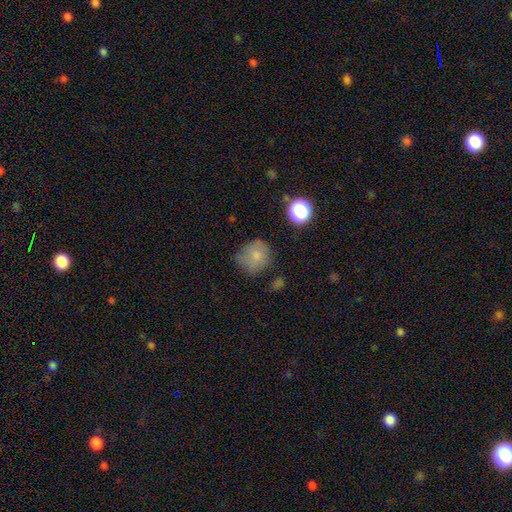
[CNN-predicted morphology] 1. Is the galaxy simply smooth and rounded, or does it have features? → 76% smooth, 12% featured or disk, 11% star or artifact.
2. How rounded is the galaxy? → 84% round, 15% in between, 1% cigar-shaped.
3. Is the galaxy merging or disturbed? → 65% none, 24% minor disturbance, 8% major disturbance, 3% merger.